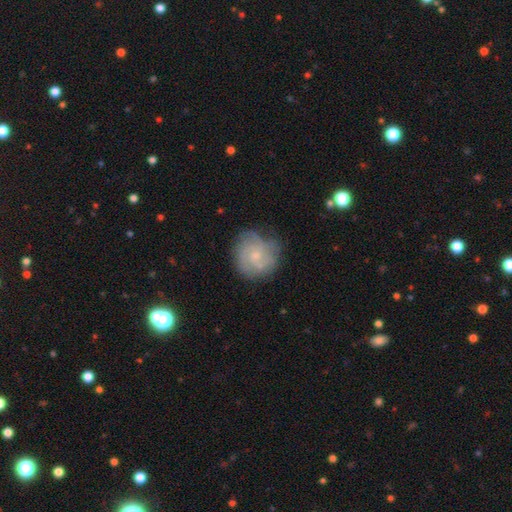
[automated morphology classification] featured or disk 70%, smooth 23%, star or artifact 7%. Down the decision tree: edge-on disk — no (98%); bar — no (72%); spiral arms — yes (90%); spiral arm count — can't tell (34%); spiral winding — tight (57%); bulge size — small (68%); merging — none (69%).